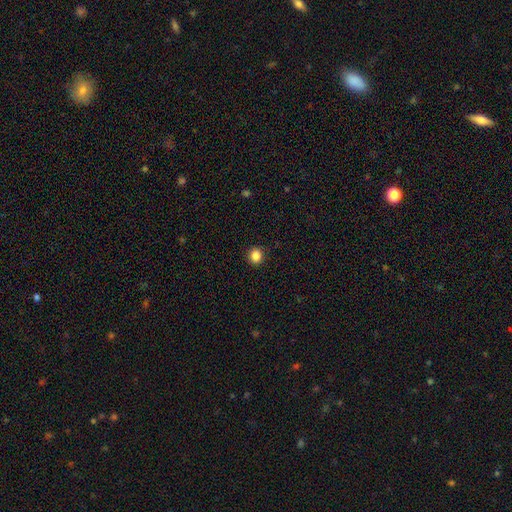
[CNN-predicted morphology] type=smooth (86%); roundness=round (82%); merging=none (90%).